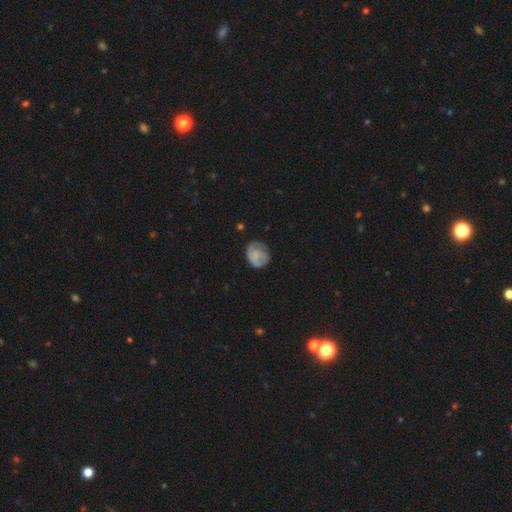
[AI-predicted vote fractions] Overall: featured or disk (51%; smooth 42%). Edge-on disk: no (98%). Bar: no (66%; weak 28%). Spiral arms: yes (76%). Bulge size: none (40%; small 36%). Merging: none (65%).